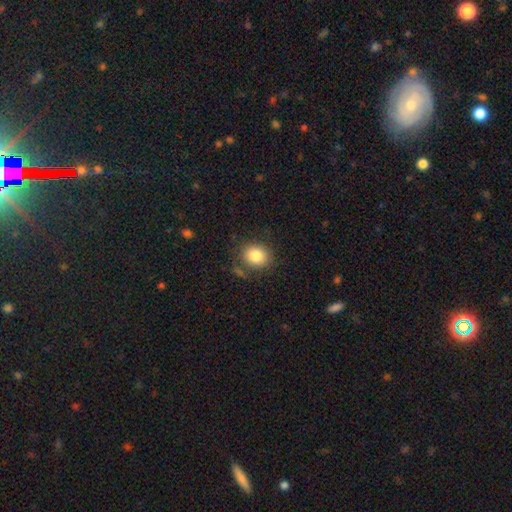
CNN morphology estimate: Q: Smooth or featured?
A: smooth (83%); runner-up: star or artifact (10%)
Q: How rounded?
A: round (65%); runner-up: in between (34%)
Q: Merging?
A: none (77%); runner-up: minor disturbance (13%)